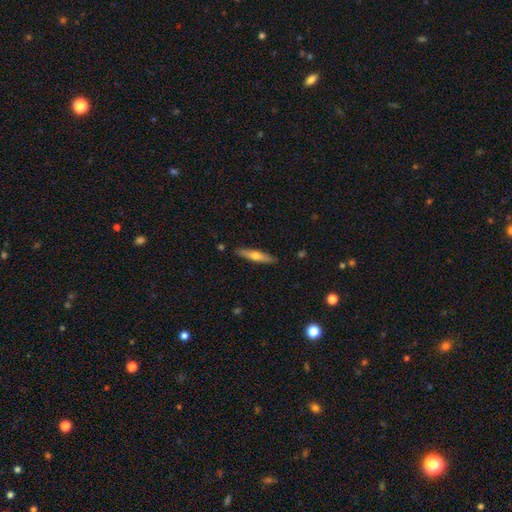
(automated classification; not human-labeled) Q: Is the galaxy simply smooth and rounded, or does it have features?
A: smooth — 49%.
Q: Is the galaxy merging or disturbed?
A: none — 89%.